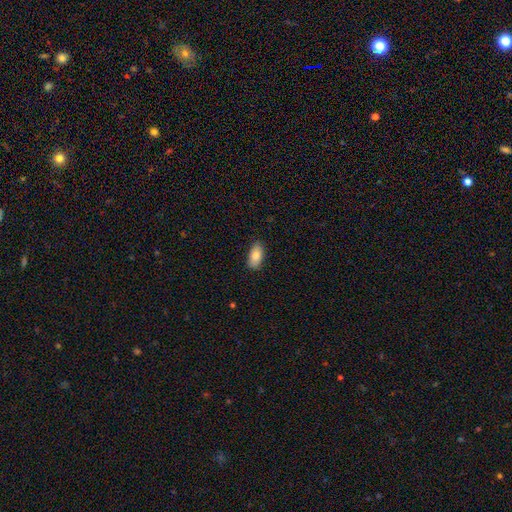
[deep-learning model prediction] Overall: smooth (84%). How rounded: in between (91%). Merging: none (84%).